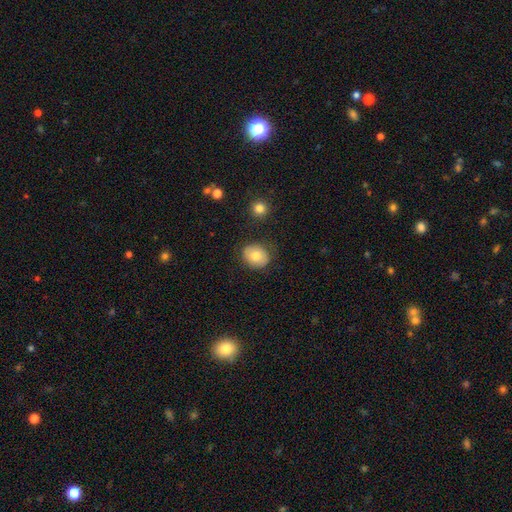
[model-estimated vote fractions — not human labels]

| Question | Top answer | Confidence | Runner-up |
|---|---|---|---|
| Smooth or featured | smooth | 75% | featured or disk (17%) |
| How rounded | round | 66% | in between (33%) |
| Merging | none | 80% | minor disturbance (14%) |